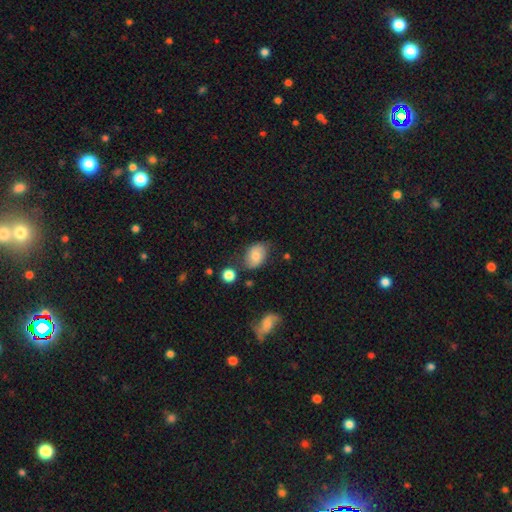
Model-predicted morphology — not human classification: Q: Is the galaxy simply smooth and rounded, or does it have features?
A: smooth — 73%.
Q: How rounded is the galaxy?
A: in between — 79%.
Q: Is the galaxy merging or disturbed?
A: none — 69%.